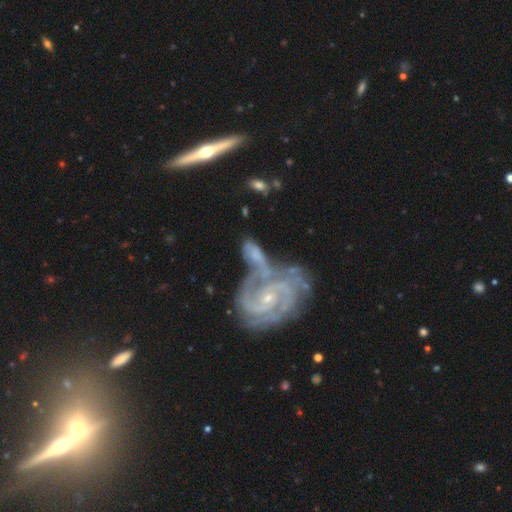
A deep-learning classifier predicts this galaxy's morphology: smooth_or_featured: featured or disk (p=0.82) [alt: smooth p=0.13]
disk_edge_on: no (p=0.96) [alt: yes p=0.04]
bar: no (p=0.50) [alt: weak p=0.37]
has_spiral_arms: yes (p=0.93) [alt: no p=0.07]
spiral_winding: medium (p=0.44) [alt: tight p=0.43]
spiral_arm_count: 2 (p=0.72) [alt: can't tell p=0.11]
bulge_size: small (p=0.73) [alt: moderate p=0.21]
merging: merger (p=0.60) [alt: none p=0.20]